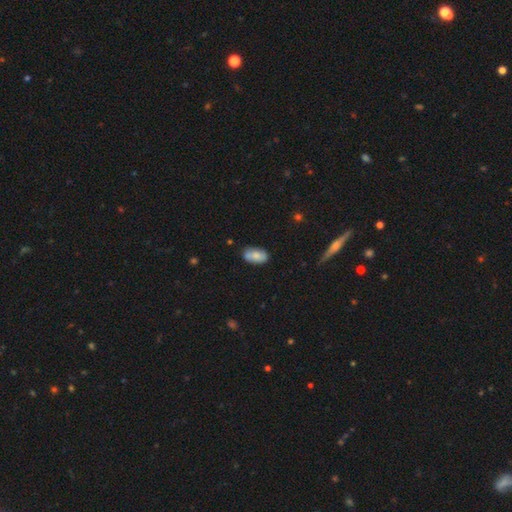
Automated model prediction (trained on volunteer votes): This is likely a smooth galaxy (75%). How rounded: clearly in between (93%). Merging: likely none (70%).